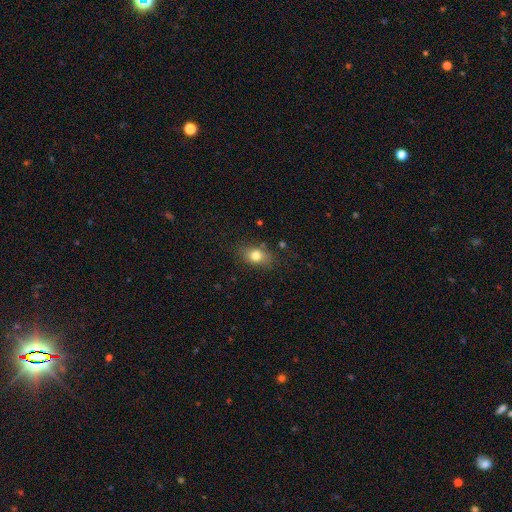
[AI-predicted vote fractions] The model was most divided on "how rounded": in between: 70%, round: 28%, cigar-shaped: 2%. More confident: smooth or featured — smooth (78%); merging — none (76%).